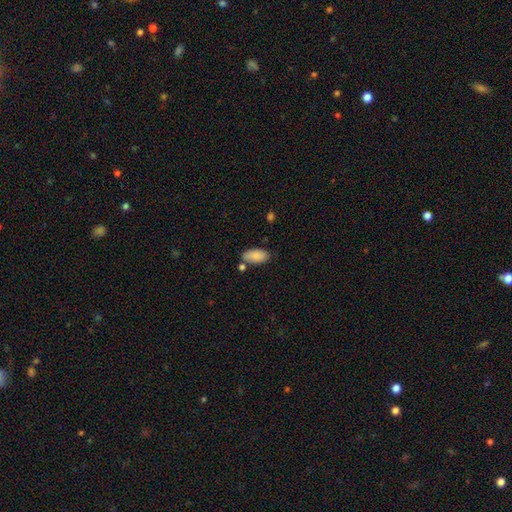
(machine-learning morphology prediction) This appears to be a smooth galaxy with no disk features (87%) that is in between round and cigar-shaped (93%). Merging: none (73%).